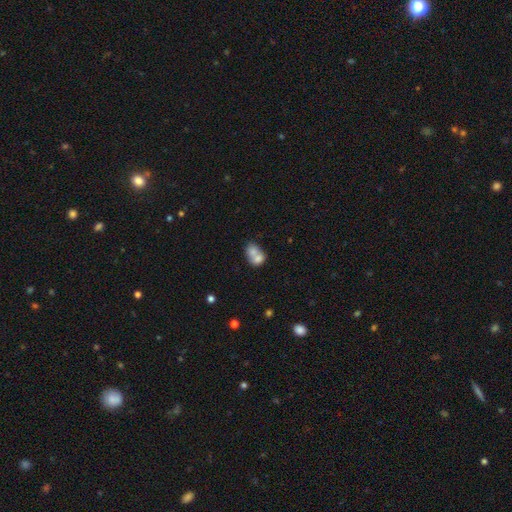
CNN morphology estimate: Smooth or featured? smooth (70%)
How rounded? in between (57%)
Merging? merger (71%)